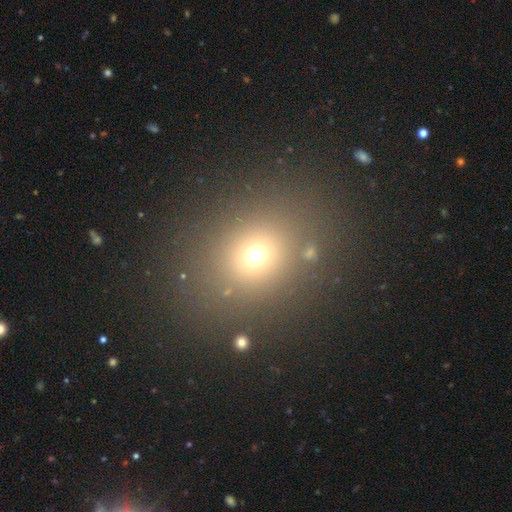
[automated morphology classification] Smooth or featured?
  - smooth: 66% *
  - star or artifact: 24%
  - featured or disk: 10%
How rounded?
  - round: 66% *
  - in between: 33%
  - cigar-shaped: 1%
Merging?
  - none: 84% *
  - minor disturbance: 8%
  - major disturbance: 5%
  - merger: 4%